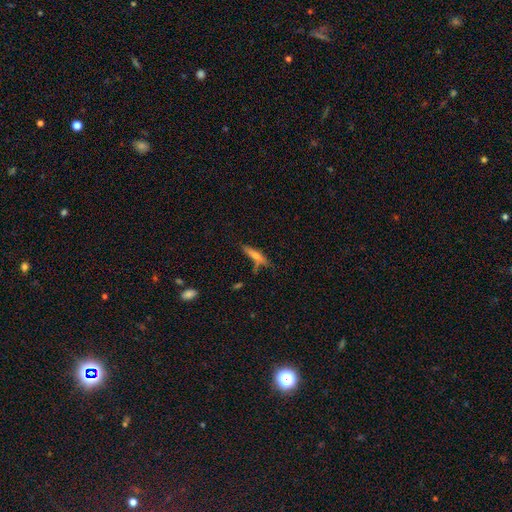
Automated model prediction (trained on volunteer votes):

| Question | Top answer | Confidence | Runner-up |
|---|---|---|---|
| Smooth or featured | smooth | 51% | featured or disk (41%) |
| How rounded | cigar-shaped | 82% | in between (16%) |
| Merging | none | 68% | minor disturbance (17%) |